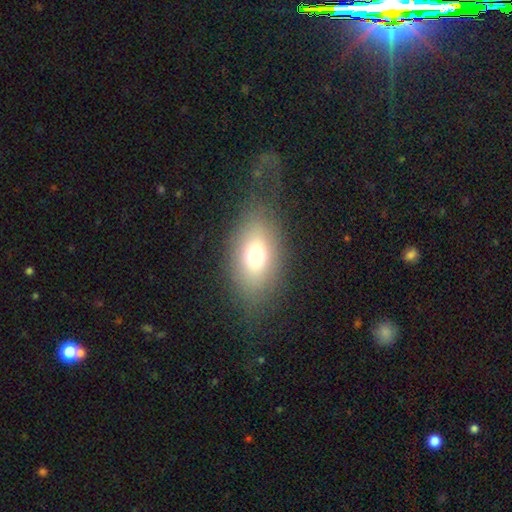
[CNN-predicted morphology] smooth_or_featured: smooth (p=0.70) [alt: featured or disk p=0.17]
how_rounded: in between (p=0.82) [alt: round p=0.15]
merging: none (p=0.77) [alt: minor disturbance p=0.13]